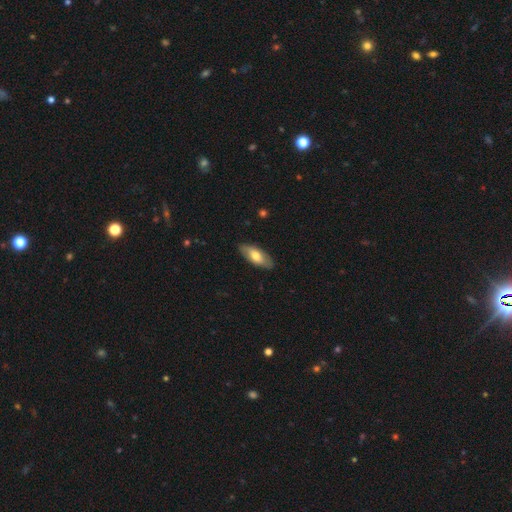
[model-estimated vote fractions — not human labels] smooth_or_featured: smooth (p=0.66) [alt: featured or disk p=0.29]
how_rounded: in between (p=0.80) [alt: cigar-shaped p=0.18]
merging: none (p=0.86) [alt: minor disturbance p=0.11]